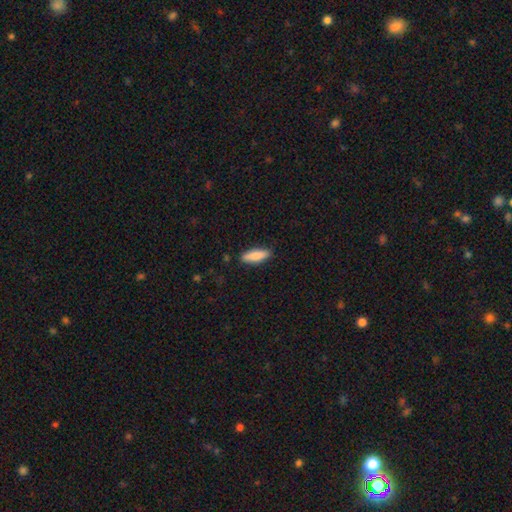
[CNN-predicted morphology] A smooth galaxy with no disk features (82%) that is cigar-shaped (52%). Merging: none (87%).